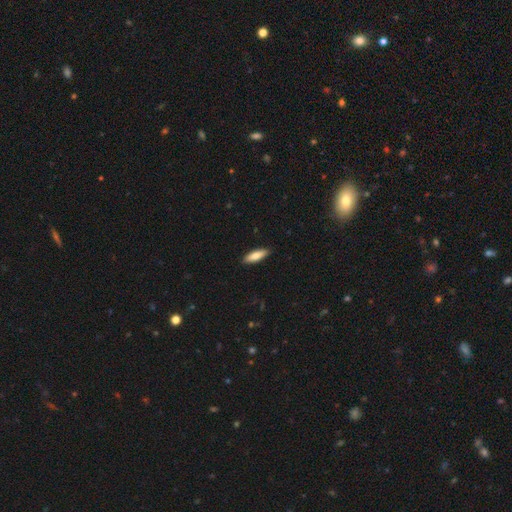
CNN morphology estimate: This appears to be a smooth galaxy with no disk features (79%) that is in between round and cigar-shaped (50%). Merging: none (90%).